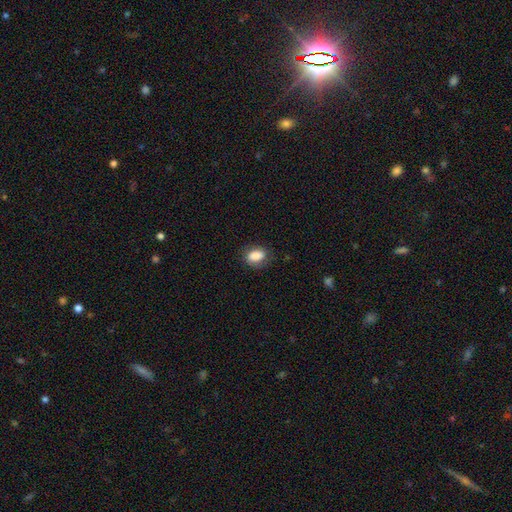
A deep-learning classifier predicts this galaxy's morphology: Smooth or featured? smooth (82%)
How rounded? in between (81%)
Merging? none (76%)